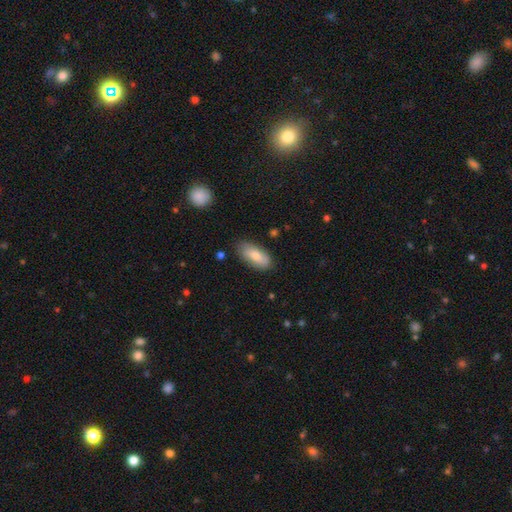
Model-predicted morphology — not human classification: Smooth or featured? Predicted: smooth (p=0.75). How rounded? Predicted: in between (p=0.87). Merging? Predicted: none (p=0.79).